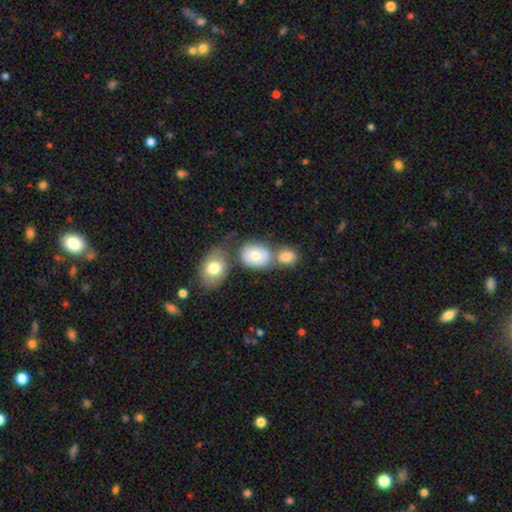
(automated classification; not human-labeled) This is likely a smooth galaxy (73%). How rounded: likely in between (67%). Merging: possibly none (46%).